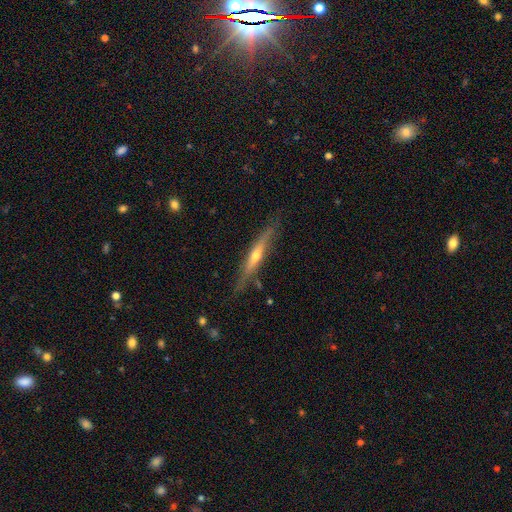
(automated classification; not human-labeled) Smooth or featured? featured or disk (67%)
Edge-on disk? yes (93%)
Edge-on bulge? rounded (79%)
Merging? none (82%)